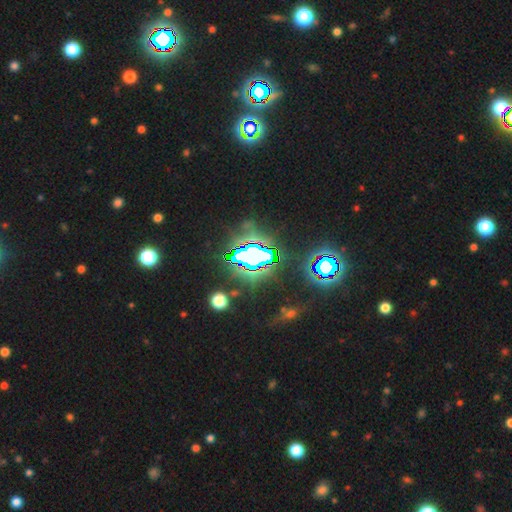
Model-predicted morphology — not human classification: A star or artifact, not a galaxy (72%).